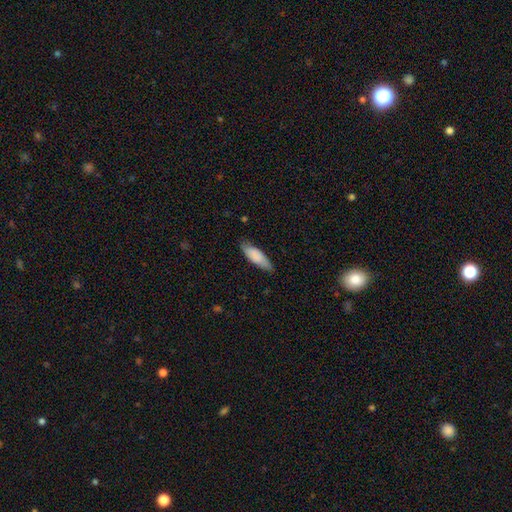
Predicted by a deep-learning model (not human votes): Smooth or featured: smooth — 81% (featured or disk — 13%)
How rounded: in between — 63% (cigar-shaped — 35%)
Merging: none — 76% (minor disturbance — 19%)